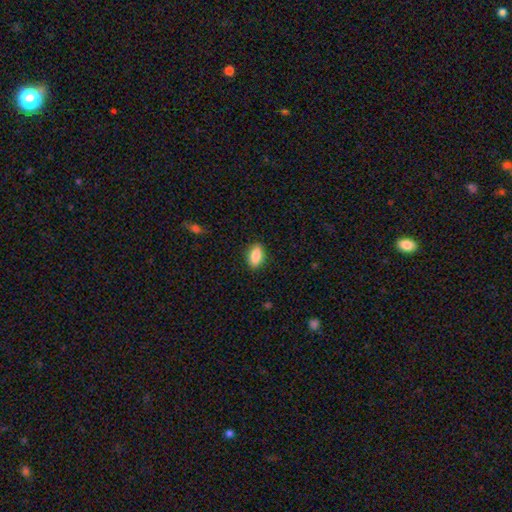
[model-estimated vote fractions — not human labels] Smooth or featured? smooth (85%)
How rounded? in between (89%)
Merging? none (88%)